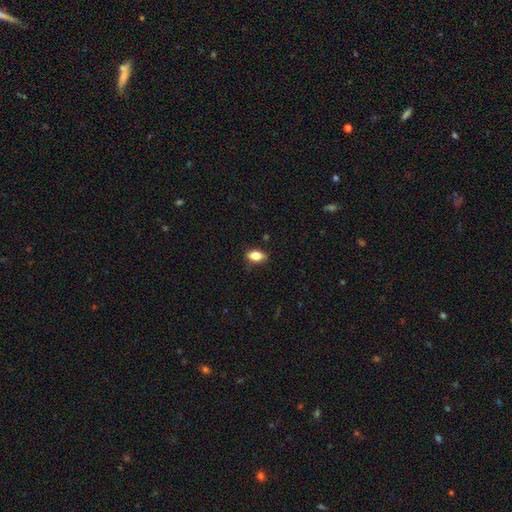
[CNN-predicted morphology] This appears to be a smooth galaxy with no disk features (80%) that is in between round and cigar-shaped (86%). Merging: none (83%).